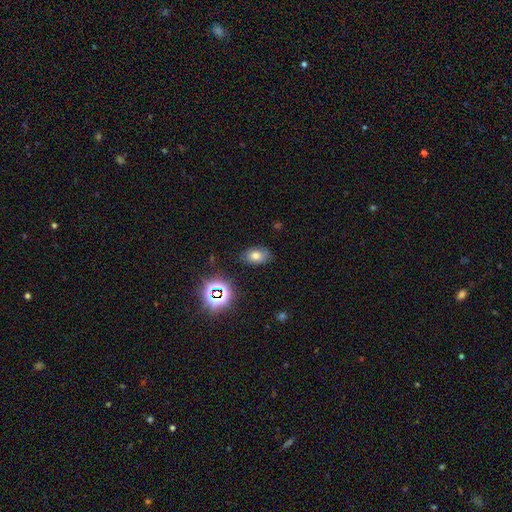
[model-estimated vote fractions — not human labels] A smooth galaxy with no disk features (68%) that is in between round and cigar-shaped (85%).

Vote fractions:
- Smooth or featured? smooth: 68% / star or artifact: 19% / featured or disk: 13%
- How rounded? in between: 85% / round: 13% / cigar-shaped: 1%
- Merging? none: 81% / minor disturbance: 13% / major disturbance: 4% / merger: 2%